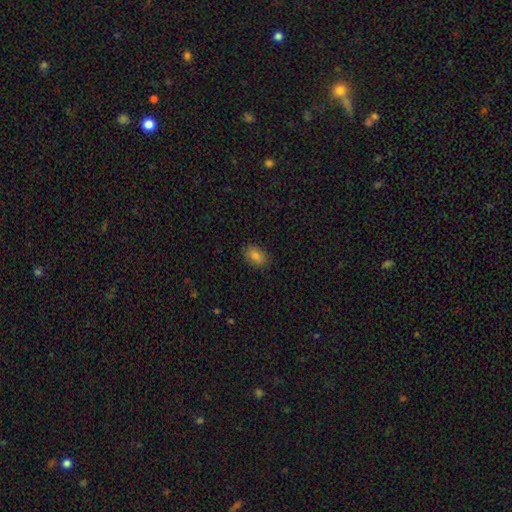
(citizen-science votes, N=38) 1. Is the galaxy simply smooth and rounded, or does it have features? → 79% smooth, 13% featured or disk, 8% star or artifact.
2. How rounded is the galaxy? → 83% in between, 10% cigar-shaped, 7% round.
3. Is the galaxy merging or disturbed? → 89% none, 9% minor disturbance, 3% major disturbance, 0% merger.